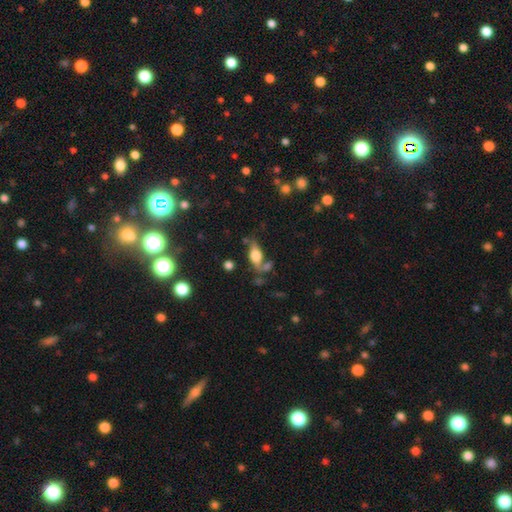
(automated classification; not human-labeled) The model was most divided on "smooth or featured": smooth: 58%, featured or disk: 32%, star or artifact: 10%. More confident: how rounded — in between (76%); merging — none (50%).